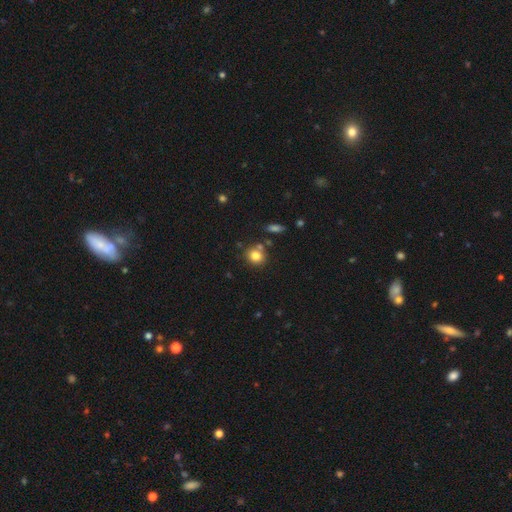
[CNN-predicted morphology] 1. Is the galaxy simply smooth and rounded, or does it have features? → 81% smooth, 11% star or artifact, 8% featured or disk.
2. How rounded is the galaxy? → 76% round, 23% in between, 1% cigar-shaped.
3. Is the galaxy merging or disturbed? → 72% none, 13% merger, 12% minor disturbance, 3% major disturbance.